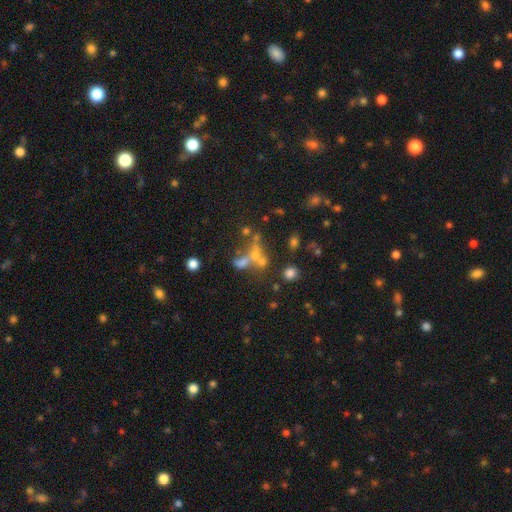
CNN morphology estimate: This is marginally a smooth galaxy (35%). Merging: marginally merger (40%).